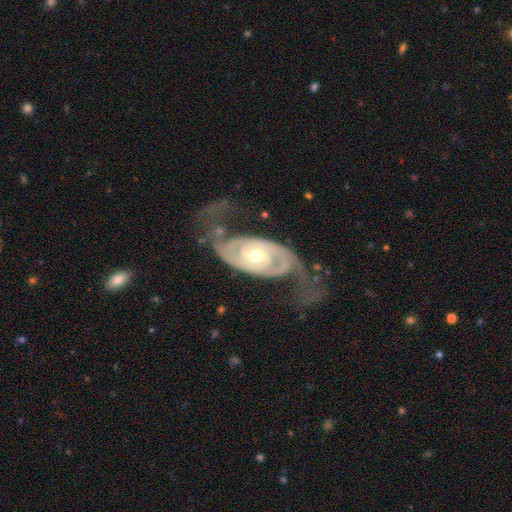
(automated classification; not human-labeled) This appears to be a featured or disk galaxy (92%) with no bar (59%), 2 (90%) tight (44%) spiral arms (97%) and a moderate central bulge (62%). Merging: none (59%).